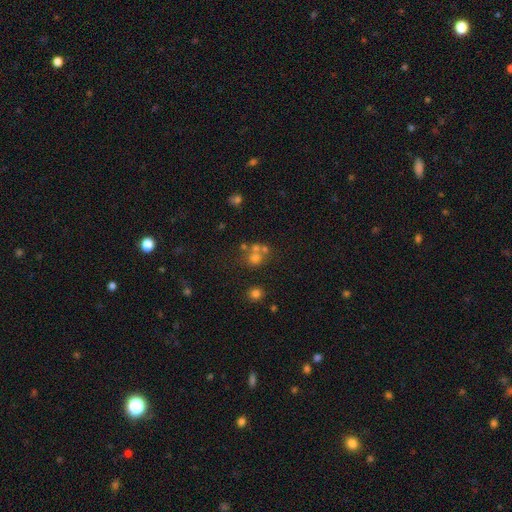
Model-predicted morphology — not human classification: A smooth galaxy with no disk features (60%) that is round (80%).

Vote fractions:
- Smooth or featured? smooth: 60% / star or artifact: 20% / featured or disk: 20%
- How rounded? round: 80% / in between: 19% / cigar-shaped: 1%
- Merging? none: 43% / merger: 42% / minor disturbance: 9% / major disturbance: 6%